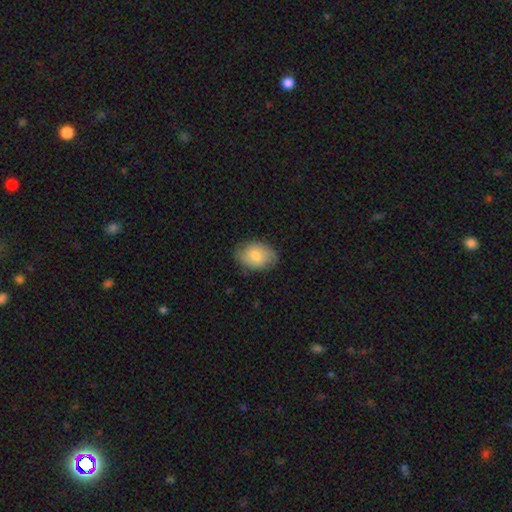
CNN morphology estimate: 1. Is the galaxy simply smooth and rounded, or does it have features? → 75% smooth, 18% featured or disk, 7% star or artifact.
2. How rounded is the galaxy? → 77% in between, 22% round, 1% cigar-shaped.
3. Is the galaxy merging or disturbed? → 79% none, 16% minor disturbance, 4% major disturbance, 1% merger.